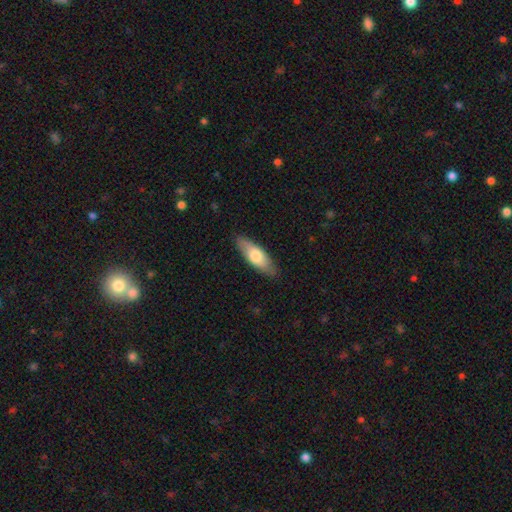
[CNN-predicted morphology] Smooth or featured? Predicted: smooth (p=0.69). How rounded? Predicted: in between (p=0.61). Merging? Predicted: none (p=0.86).